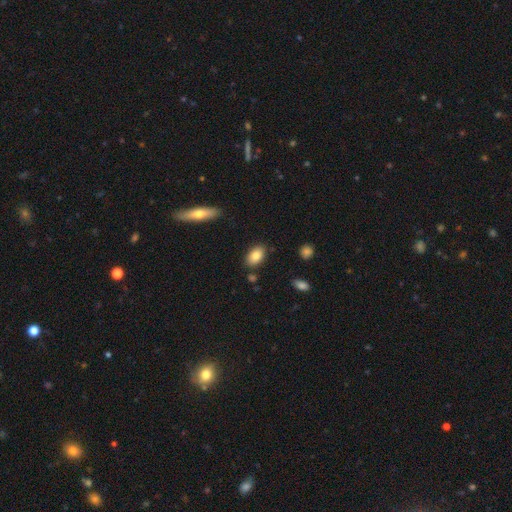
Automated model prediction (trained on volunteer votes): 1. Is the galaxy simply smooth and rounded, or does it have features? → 83% smooth, 10% featured or disk, 7% star or artifact.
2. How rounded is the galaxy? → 91% in between, 7% round, 2% cigar-shaped.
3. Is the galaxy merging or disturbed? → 84% none, 11% minor disturbance, 3% merger, 2% major disturbance.